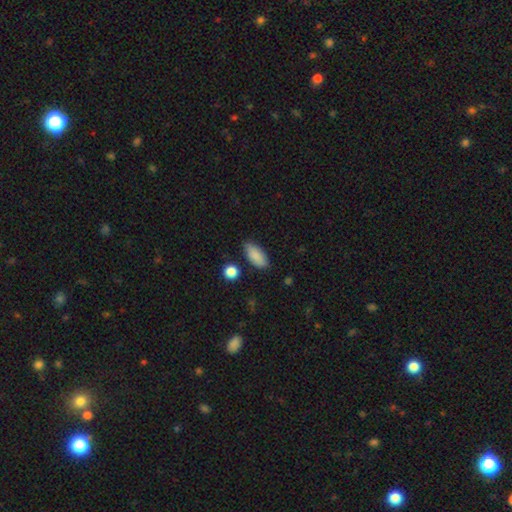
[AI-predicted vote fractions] smooth_or_featured: smooth (p=0.87) [alt: star or artifact p=0.07]
how_rounded: in between (p=0.85) [alt: cigar-shaped p=0.12]
merging: none (p=0.80) [alt: minor disturbance p=0.14]